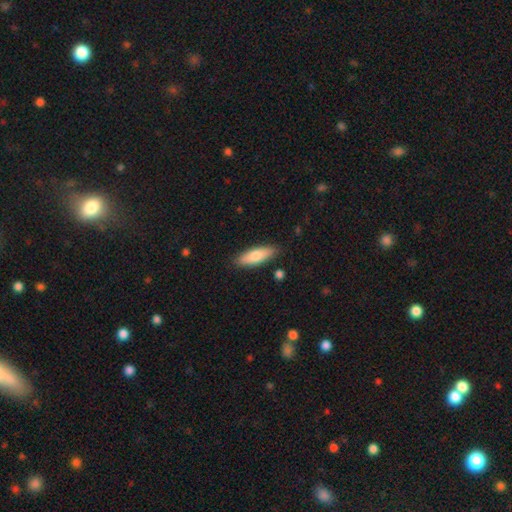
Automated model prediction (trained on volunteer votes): This is likely a smooth galaxy (75%). How rounded: possibly in between (52%). Merging: clearly none (87%).